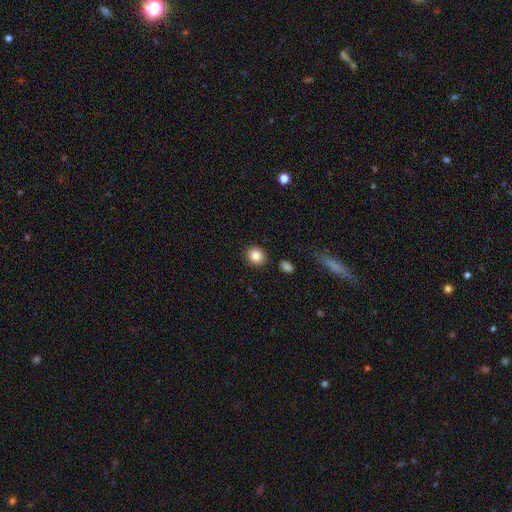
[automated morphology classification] Smooth or featured: smooth — 86% (star or artifact — 9%)
How rounded: round — 76% (in between — 23%)
Merging: none — 87% (minor disturbance — 8%)